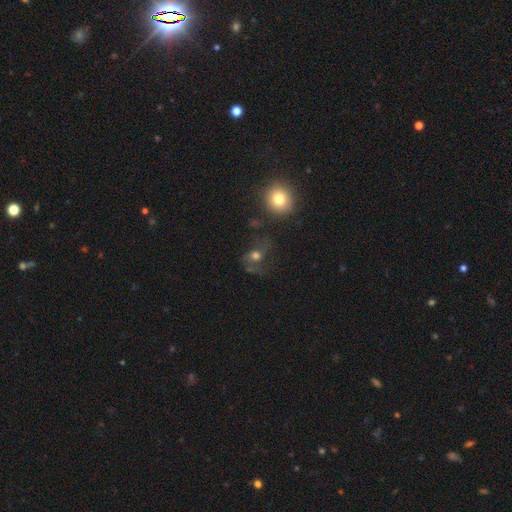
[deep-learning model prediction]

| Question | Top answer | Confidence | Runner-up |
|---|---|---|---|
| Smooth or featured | featured or disk | 44% | smooth (38%) |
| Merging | none | 49% | major disturbance (25%) |